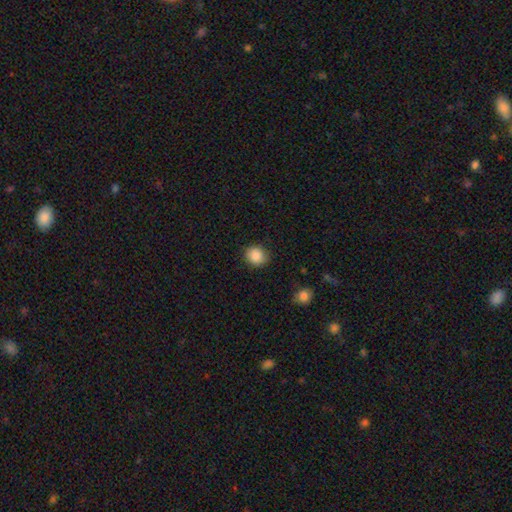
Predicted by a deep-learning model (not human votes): Smooth or featured? smooth (88%)
How rounded? round (83%)
Merging? none (86%)